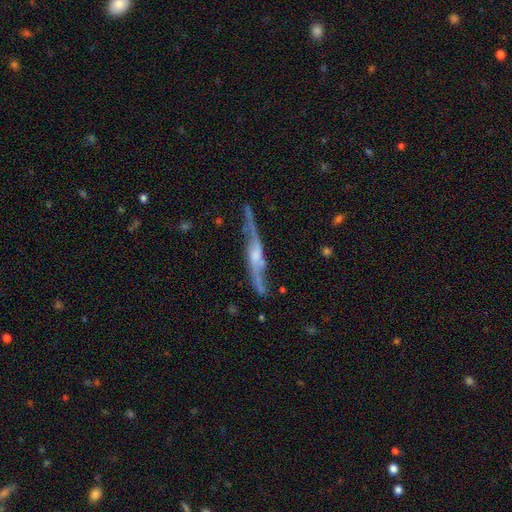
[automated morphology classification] Smooth or featured: featured or disk — 85% (smooth — 9%)
Edge-on disk: yes — 65% (no — 35%)
Edge-on bulge: rounded — 72% (none — 17%)
Merging: none — 72% (minor disturbance — 19%)